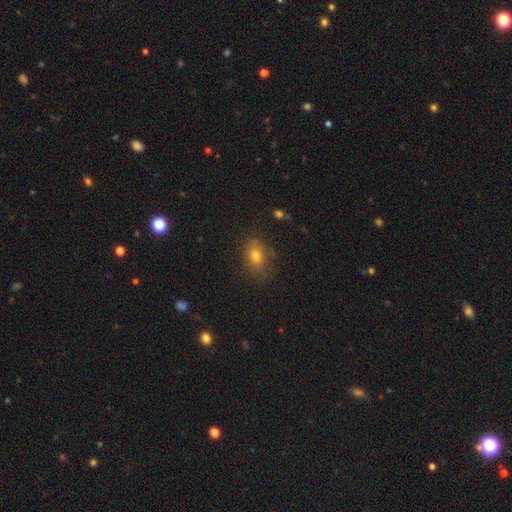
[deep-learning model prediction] This appears to be a smooth galaxy with no disk features (73%) that is in between round and cigar-shaped (72%). Merging: none (75%).